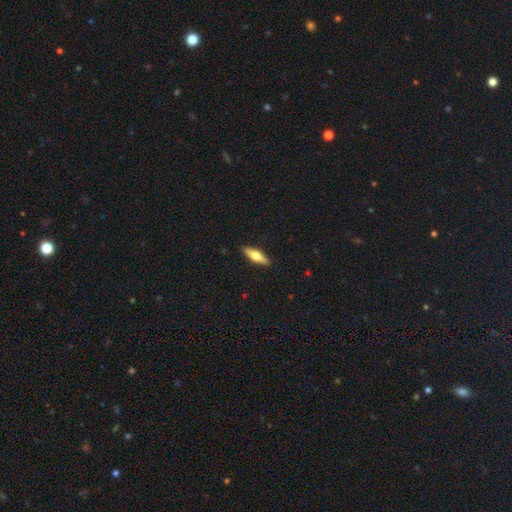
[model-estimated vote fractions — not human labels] Smooth or featured: smooth — 52% (featured or disk — 42%)
How rounded: cigar-shaped — 60% (in between — 37%)
Merging: none — 90% (minor disturbance — 7%)